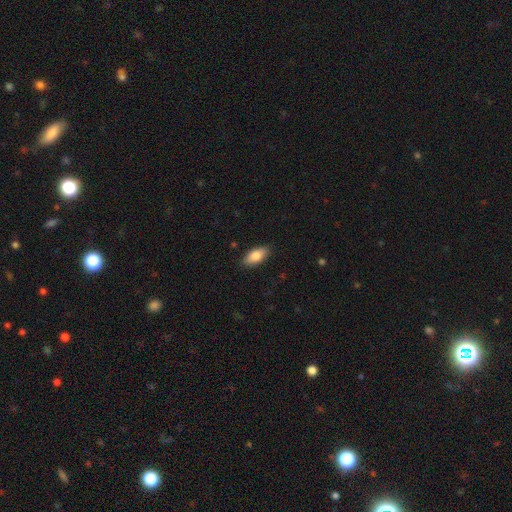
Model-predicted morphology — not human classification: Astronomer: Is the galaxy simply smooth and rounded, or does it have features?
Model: smooth — 81%.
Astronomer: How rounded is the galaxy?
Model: in between — 89%.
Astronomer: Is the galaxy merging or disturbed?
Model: none — 87%.